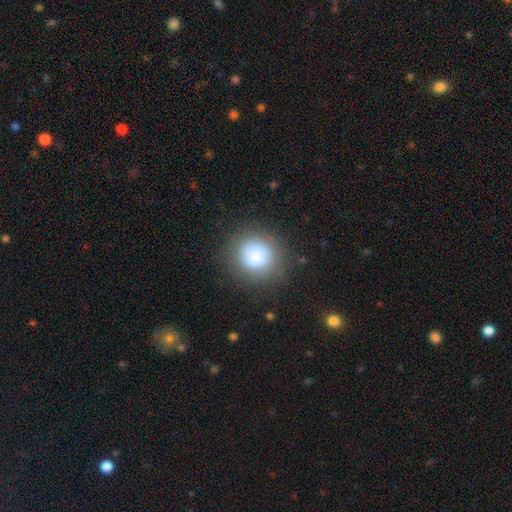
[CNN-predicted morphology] Q: Smooth or featured?
A: smooth (84%); runner-up: star or artifact (9%)
Q: How rounded?
A: round (89%); runner-up: in between (10%)
Q: Merging?
A: none (84%); runner-up: minor disturbance (10%)